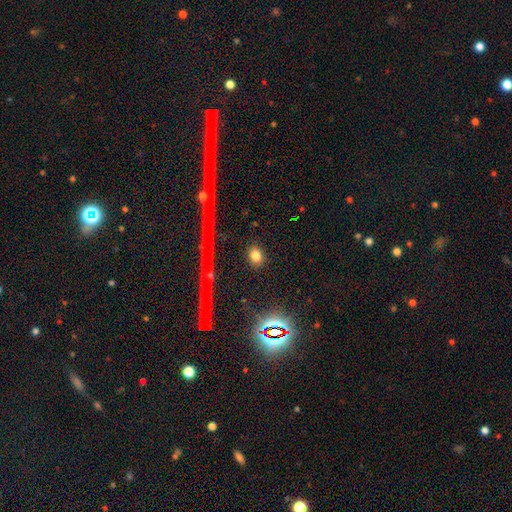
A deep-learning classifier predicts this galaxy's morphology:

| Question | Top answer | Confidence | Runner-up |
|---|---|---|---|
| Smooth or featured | smooth | 78% | star or artifact (13%) |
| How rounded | round | 75% | in between (23%) |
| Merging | none | 90% | minor disturbance (6%) |